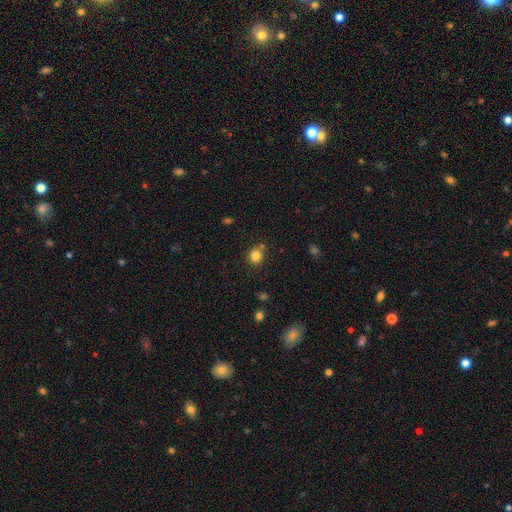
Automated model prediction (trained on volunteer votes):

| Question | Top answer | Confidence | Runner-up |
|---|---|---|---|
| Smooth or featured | smooth | 82% | star or artifact (12%) |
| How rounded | round | 86% | in between (14%) |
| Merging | none | 74% | minor disturbance (12%) |